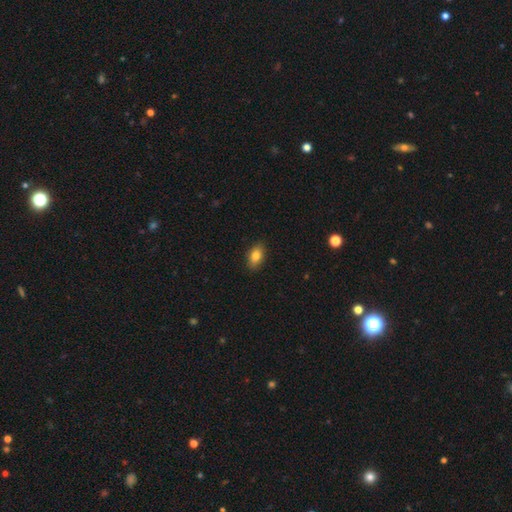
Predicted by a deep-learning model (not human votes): Q: Smooth or featured?
A: smooth (82%); runner-up: featured or disk (10%)
Q: How rounded?
A: in between (87%); runner-up: round (8%)
Q: Merging?
A: none (87%); runner-up: minor disturbance (10%)